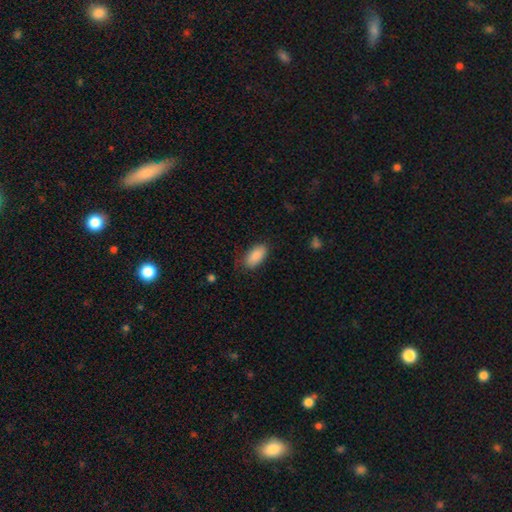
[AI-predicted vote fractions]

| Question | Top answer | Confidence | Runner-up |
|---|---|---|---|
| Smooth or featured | smooth | 89% | star or artifact (7%) |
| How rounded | in between | 93% | cigar-shaped (5%) |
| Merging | none | 78% | minor disturbance (17%) |